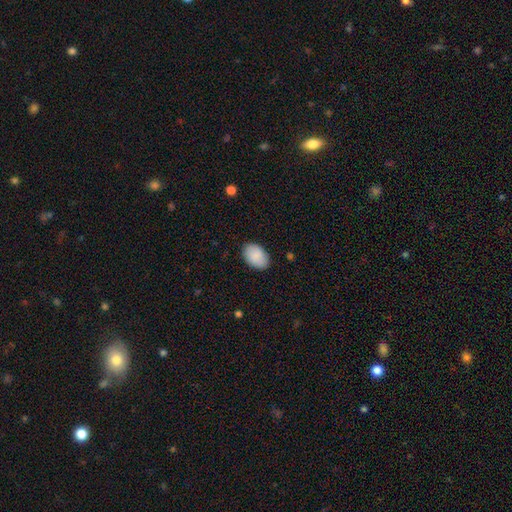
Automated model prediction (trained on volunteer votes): This is clearly a smooth galaxy (89%). How rounded: clearly in between (88%). Merging: clearly none (87%).